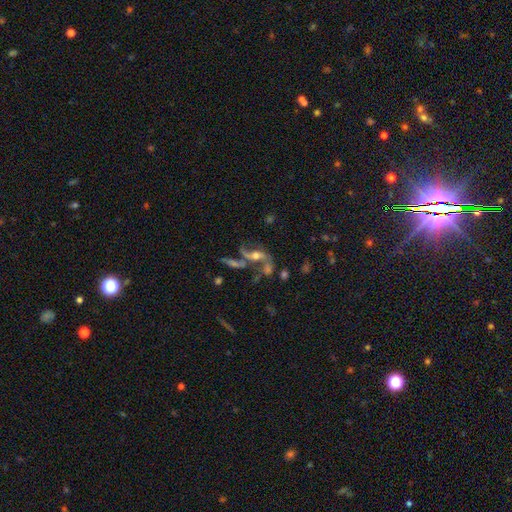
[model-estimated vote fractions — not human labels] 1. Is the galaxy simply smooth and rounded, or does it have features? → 58% featured or disk, 28% star or artifact, 14% smooth.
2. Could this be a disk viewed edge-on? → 91% no, 9% yes.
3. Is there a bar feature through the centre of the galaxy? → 62% no, 26% weak, 12% strong.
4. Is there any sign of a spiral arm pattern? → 66% yes, 34% no.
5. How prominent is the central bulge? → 43% moderate, 30% small, 15% none, 8% large, 4% dominant.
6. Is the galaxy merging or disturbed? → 37% merger, 31% none, 20% major disturbance, 11% minor disturbance.